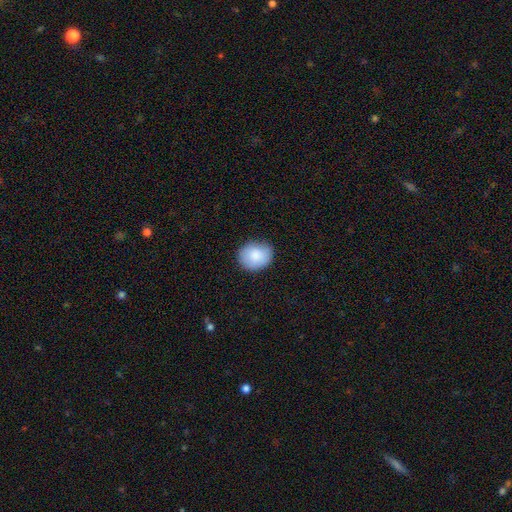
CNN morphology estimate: The model was most divided on "how rounded": round: 64%, in between: 35%, cigar-shaped: 1%. More confident: smooth or featured — smooth (86%); merging — none (82%).